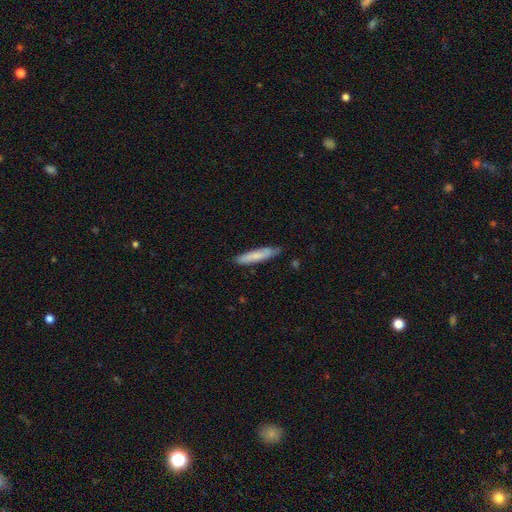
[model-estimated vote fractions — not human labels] This appears to be a smooth galaxy with no disk features (75%) that is cigar-shaped (89%). Merging: none (81%).